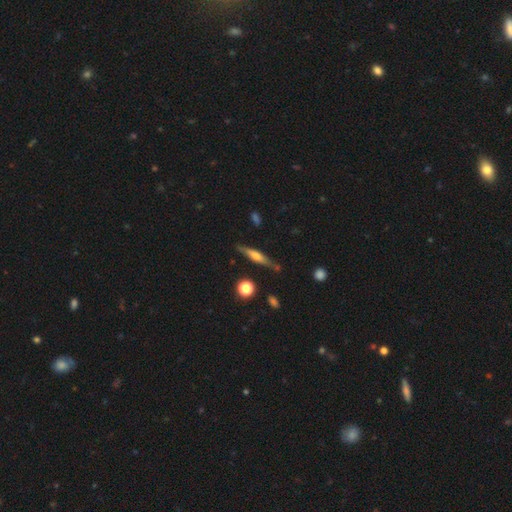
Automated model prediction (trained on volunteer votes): smooth_or_featured: featured or disk (p=0.63) [alt: smooth p=0.29]
disk_edge_on: yes (p=0.96) [alt: no p=0.04]
edge_on_bulge: rounded (p=0.74) [alt: boxy p=0.18]
merging: none (p=0.81) [alt: minor disturbance p=0.12]